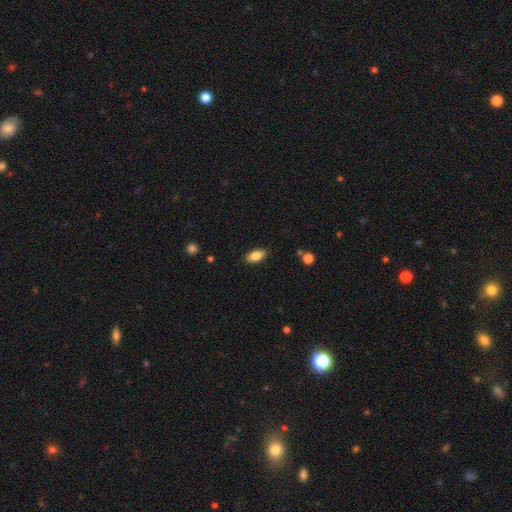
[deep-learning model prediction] This is clearly a smooth galaxy (85%). How rounded: clearly in between (90%). Merging: clearly none (86%).